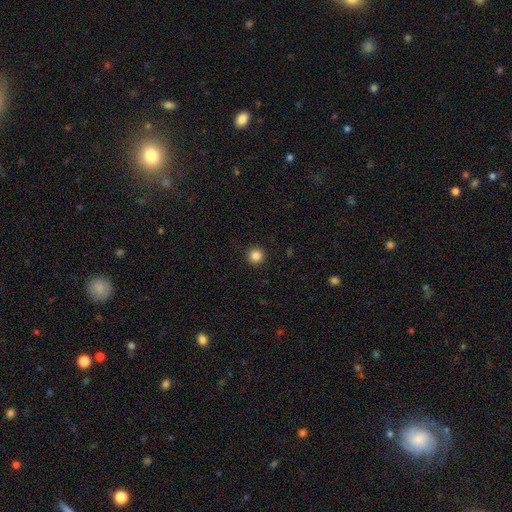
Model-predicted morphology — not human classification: Smooth or featured: smooth — 85% (star or artifact — 11%)
How rounded: round — 96% (in between — 3%)
Merging: none — 92% (minor disturbance — 5%)